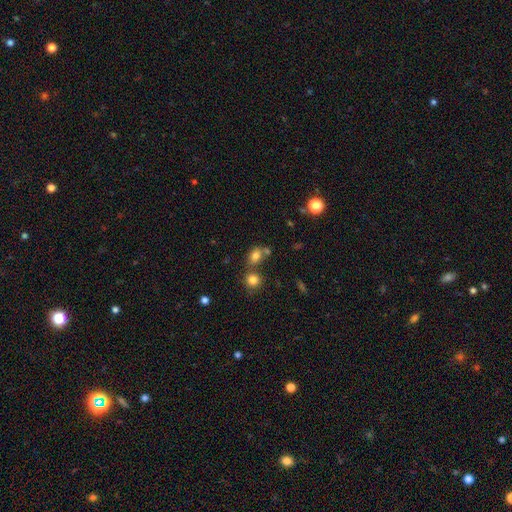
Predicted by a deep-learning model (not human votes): The model was most divided on "how rounded": in between: 57%, round: 41%, cigar-shaped: 2%. More confident: smooth or featured — smooth (77%); merging — none (56%).